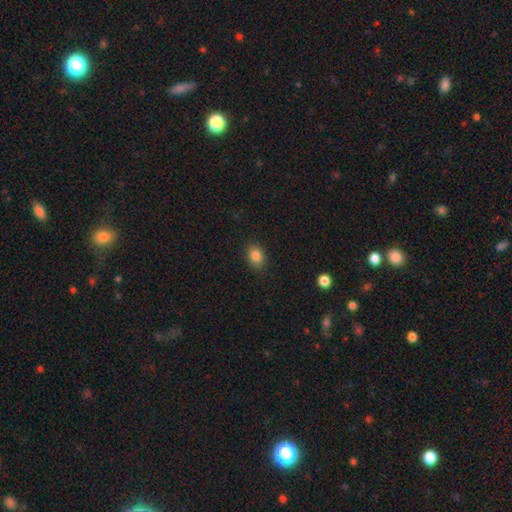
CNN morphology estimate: Smooth or featured? smooth (85%)
How rounded? in between (62%)
Merging? none (88%)